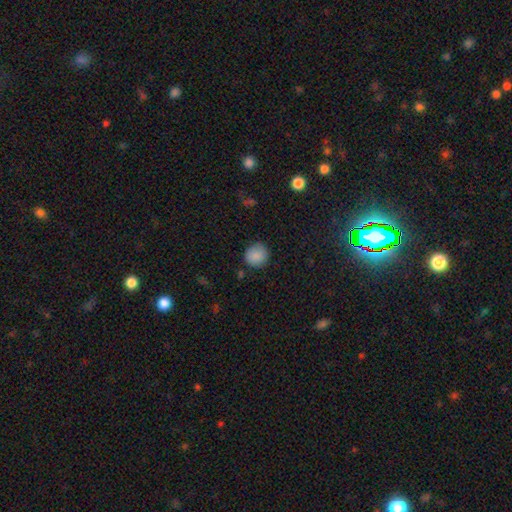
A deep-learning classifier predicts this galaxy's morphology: The model was most divided on "merging": none: 82%, minor disturbance: 13%, major disturbance: 3%, merger: 2%. More confident: how rounded — round (90%); smooth or featured — smooth (88%).